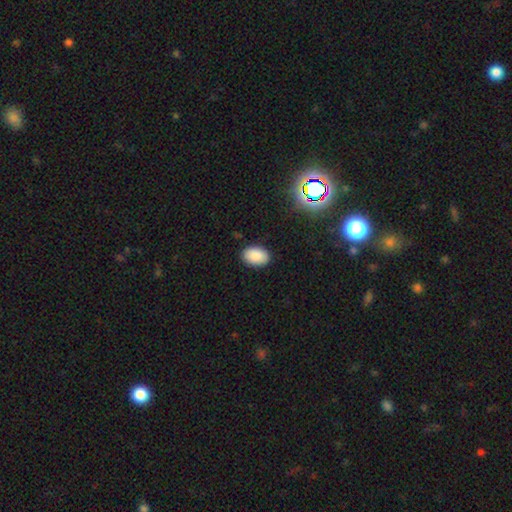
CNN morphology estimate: type=smooth (88%); roundness=in between (89%); merging=none (88%).